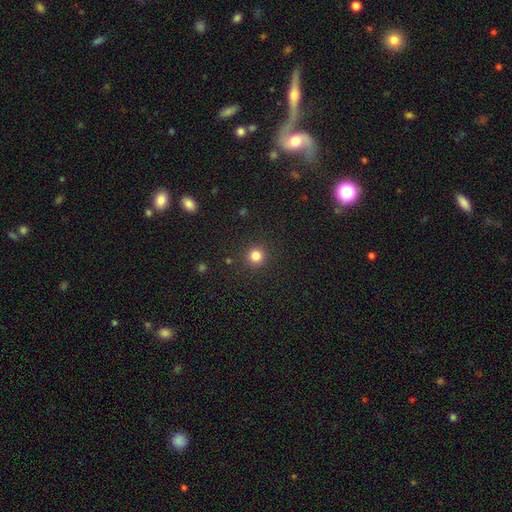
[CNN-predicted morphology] This appears to be a smooth galaxy with no disk features (82%) that is round (95%). Merging: none (91%).